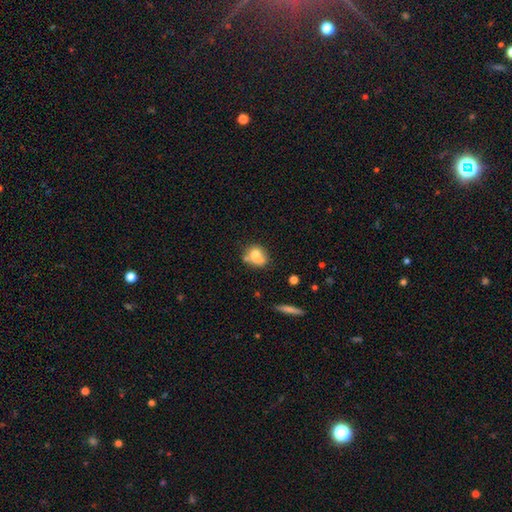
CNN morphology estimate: This appears to be a smooth galaxy with no disk features (68%) that is round (54%). Merging: none (38%).